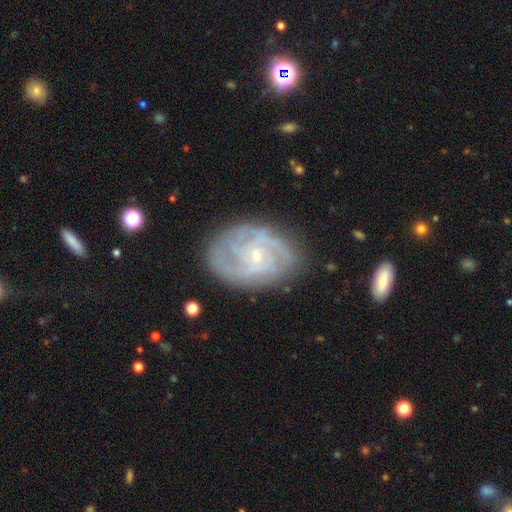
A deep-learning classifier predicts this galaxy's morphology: Overall: featured or disk (84%). Edge-on disk: no (97%). Bar: no (55%; weak 38%). Spiral arms: yes (94%). Spiral arm count: can't tell (29%; 2 25%). Spiral winding: tight (55%; medium 36%). Bulge size: small (77%). Merging: none (76%).